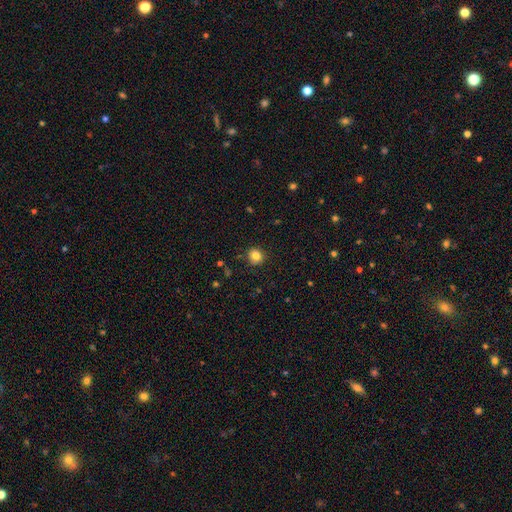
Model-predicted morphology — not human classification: Overall: smooth (82%). How rounded: round (87%). Merging: none (89%).